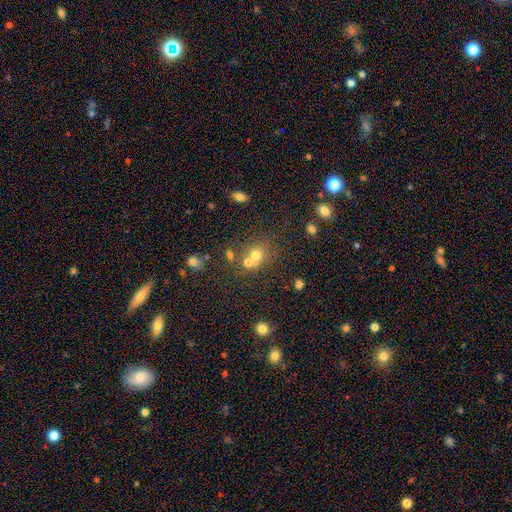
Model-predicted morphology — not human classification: Overall: smooth (64%). How rounded: round (78%). Merging: none (46%; merger 40%).